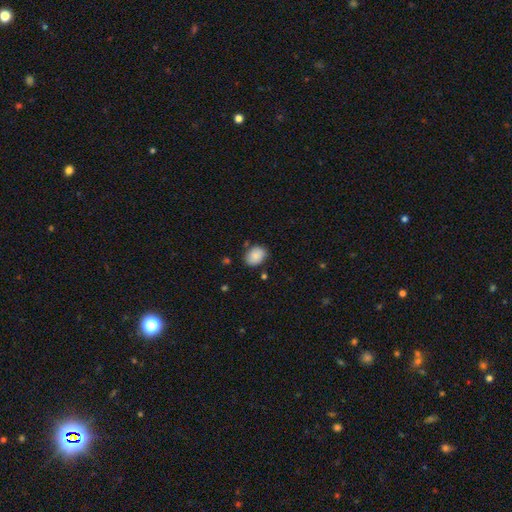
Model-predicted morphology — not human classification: Q: Smooth or featured?
A: smooth (83%); runner-up: featured or disk (9%)
Q: How rounded?
A: in between (66%); runner-up: round (33%)
Q: Merging?
A: none (76%); runner-up: minor disturbance (18%)